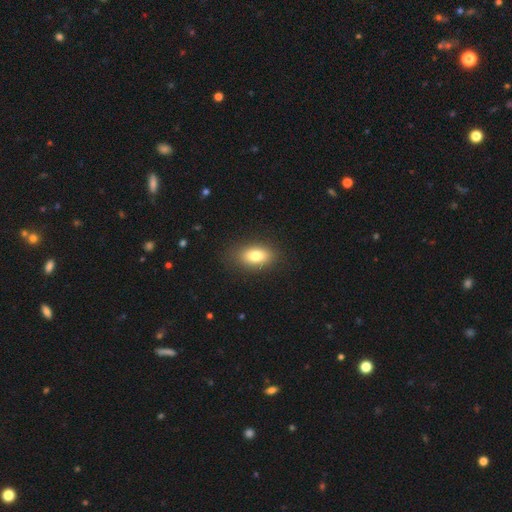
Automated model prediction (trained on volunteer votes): Smooth or featured?
  - smooth: 80% *
  - featured or disk: 11%
  - star or artifact: 9%
How rounded?
  - in between: 87% *
  - round: 10%
  - cigar-shaped: 3%
Merging?
  - none: 85% *
  - minor disturbance: 10%
  - major disturbance: 3%
  - merger: 1%